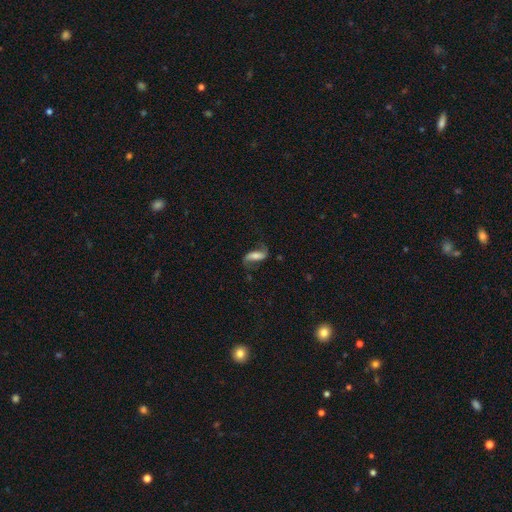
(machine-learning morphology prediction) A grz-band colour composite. It shows a featured or disk galaxy (68%) with a strong bar (38%), 2 (90%) loose (78%) spiral arms (93%) and a moderate central bulge (30%). Merging: none (66%).